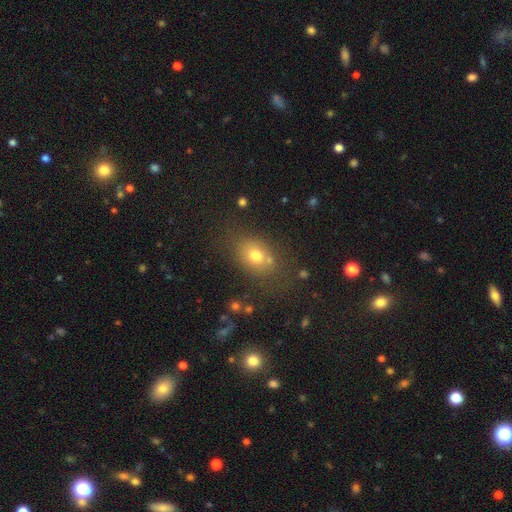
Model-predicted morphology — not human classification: Smooth or featured?
  - smooth: 70% *
  - star or artifact: 18%
  - featured or disk: 13%
How rounded?
  - in between: 55% *
  - round: 44%
  - cigar-shaped: 1%
Merging?
  - none: 69% *
  - minor disturbance: 14%
  - merger: 11%
  - major disturbance: 6%